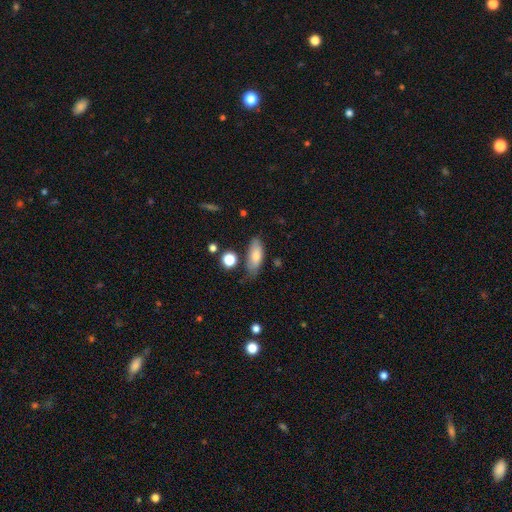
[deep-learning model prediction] Morphology: type=smooth (74%); roundness=in between (74%); merging=none (68%).